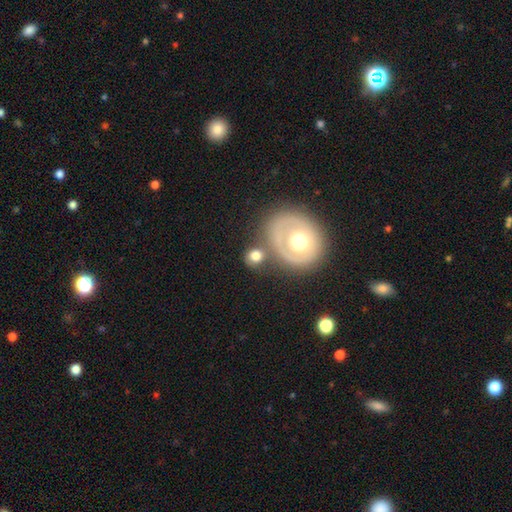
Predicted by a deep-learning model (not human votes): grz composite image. It shows a smooth galaxy with no disk features (70%) that is round (76%). Merging: none (57%).